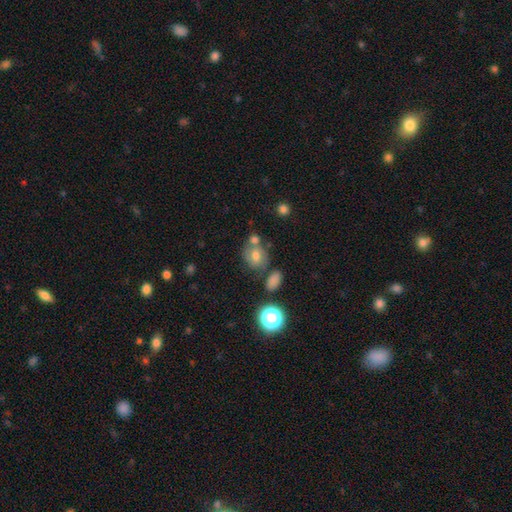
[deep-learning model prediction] Q: Smooth or featured?
A: smooth (60%); runner-up: featured or disk (22%)
Q: How rounded?
A: round (60%); runner-up: in between (39%)
Q: Merging?
A: none (52%); runner-up: merger (25%)